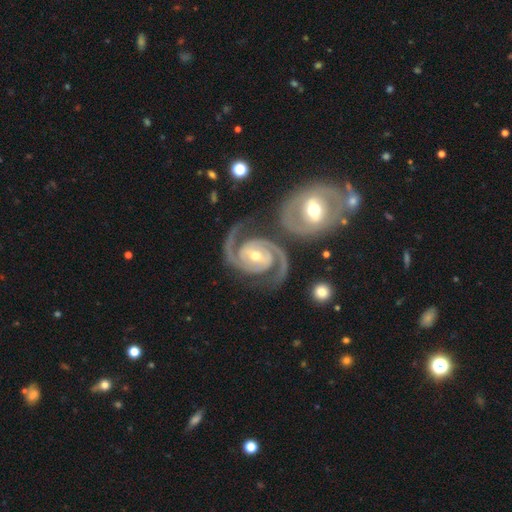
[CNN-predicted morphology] featured or disk 93%, star or artifact 4%, smooth 3%. Down the decision tree: edge-on disk — no (98%); bar — weak (36%); spiral arms — yes (99%); spiral arm count — 2 (93%); spiral winding — medium (53%); bulge size — moderate (55%); merging — none (66%).